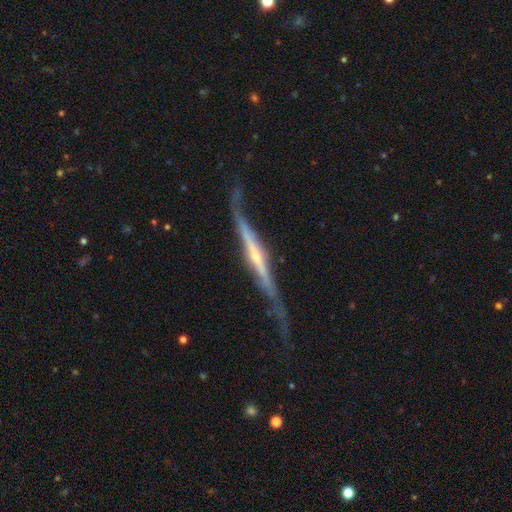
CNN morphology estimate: type=featured or disk (84%); edge-on=yes (89%); edge-on bulge=rounded (56%); merging=none (53%).